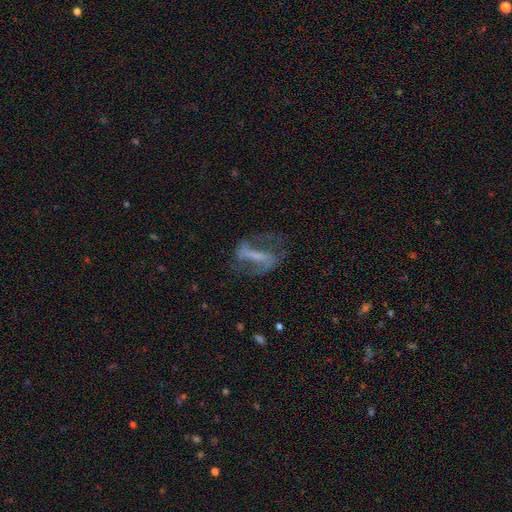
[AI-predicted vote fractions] Smooth or featured? featured or disk (74%)
Edge-on disk? no (91%)
Bar? strong (62%)
Spiral arms? yes (78%)
Spiral winding? loose (46%)
Spiral arm count? 2 (84%)
Bulge size? none (49%)
Merging? none (57%)